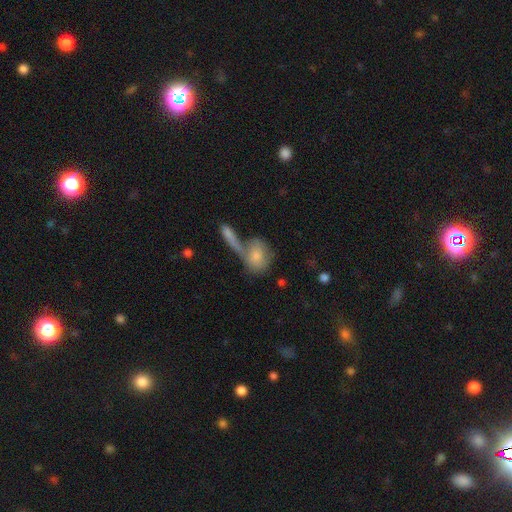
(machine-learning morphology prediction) smooth 67%, featured or disk 23%, star or artifact 10%. Down the decision tree: how rounded — in between (56%); merging — merger (43%).